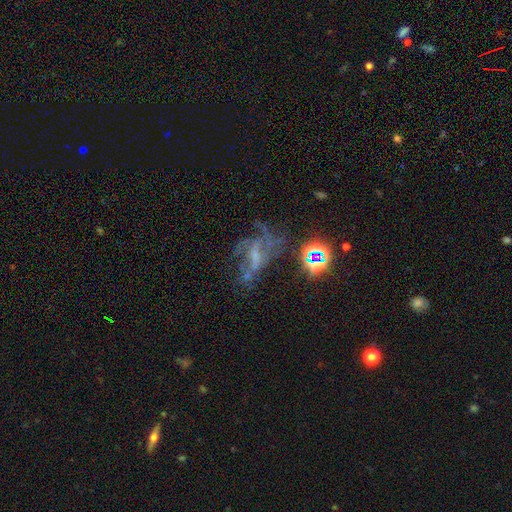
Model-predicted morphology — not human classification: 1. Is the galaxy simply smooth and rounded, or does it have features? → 55% featured or disk, 31% star or artifact, 14% smooth.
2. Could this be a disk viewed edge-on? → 94% no, 6% yes.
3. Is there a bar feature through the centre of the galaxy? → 49% no, 34% weak, 18% strong.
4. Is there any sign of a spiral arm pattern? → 51% yes, 49% no.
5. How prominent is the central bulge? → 43% none, 31% small, 20% moderate, 3% large, 1% dominant.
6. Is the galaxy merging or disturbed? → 38% major disturbance, 36% none, 17% minor disturbance, 9% merger.